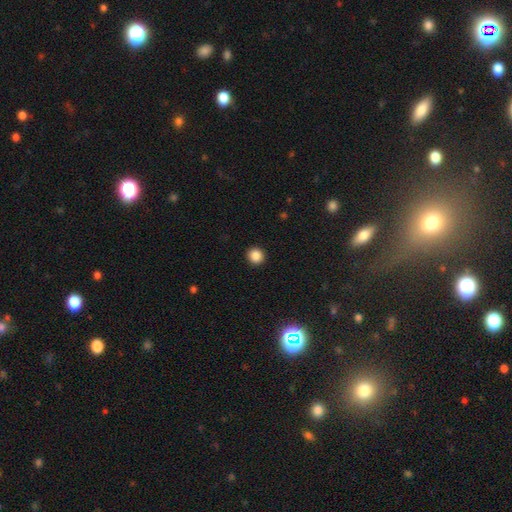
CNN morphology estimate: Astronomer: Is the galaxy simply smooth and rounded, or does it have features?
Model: smooth — 87%.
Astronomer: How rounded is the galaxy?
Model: round — 92%.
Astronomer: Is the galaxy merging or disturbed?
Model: none — 93%.